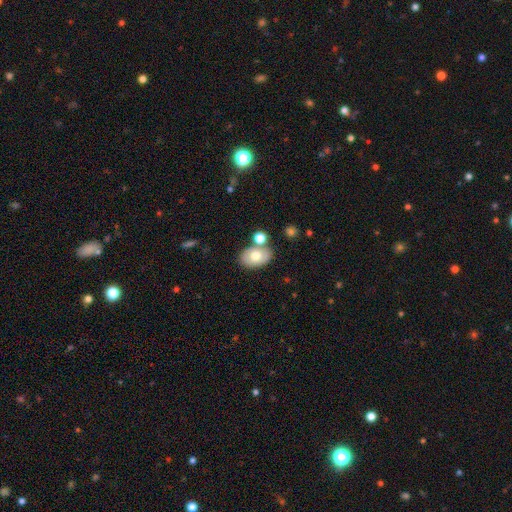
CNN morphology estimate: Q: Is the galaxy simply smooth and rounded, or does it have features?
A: smooth — 68%.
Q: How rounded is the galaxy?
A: in between — 84%.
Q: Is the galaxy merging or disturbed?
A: none — 66%.